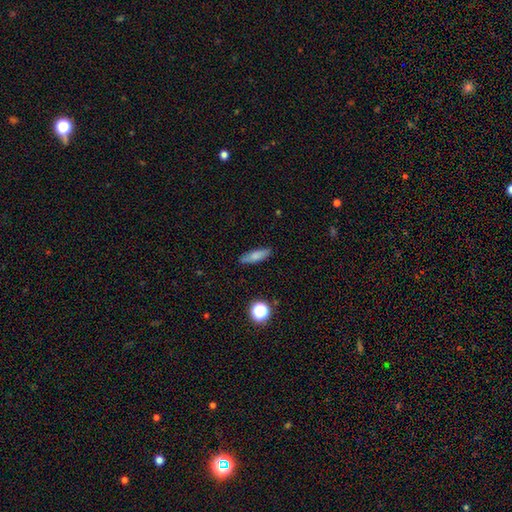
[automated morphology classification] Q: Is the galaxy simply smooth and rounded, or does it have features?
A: smooth — 76%.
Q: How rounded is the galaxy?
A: cigar-shaped — 62%.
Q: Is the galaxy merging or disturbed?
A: none — 85%.